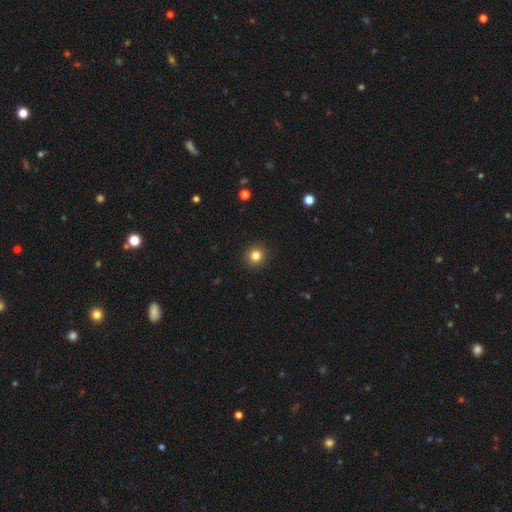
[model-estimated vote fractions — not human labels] Overall: smooth (82%). How rounded: round (94%). Merging: none (92%).